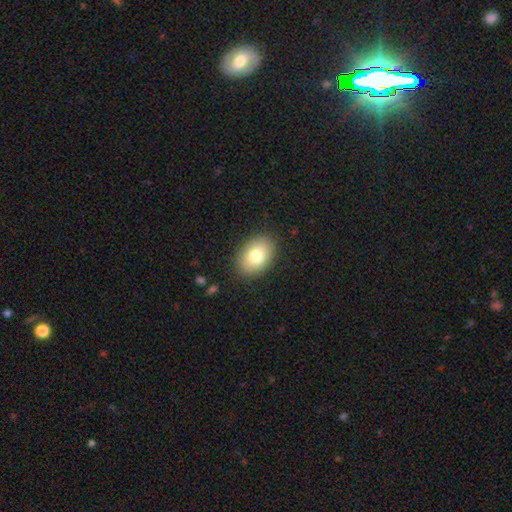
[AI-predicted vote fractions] smooth-or-featured: smooth: 80% | featured or disk: 12% | star or artifact: 8%
  how-rounded: in between: 82% | round: 17% | cigar-shaped: 1%
  merging: none: 87% | minor disturbance: 9% | major disturbance: 3% | merger: 1%